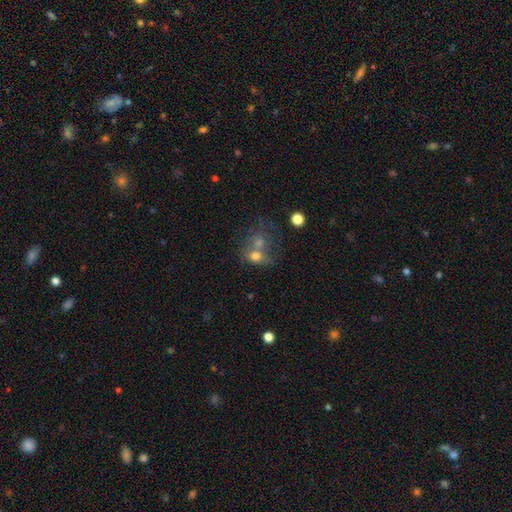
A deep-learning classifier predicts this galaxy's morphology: A smooth galaxy with no disk features (63%) that is round (55%). Merging: merger (58%).